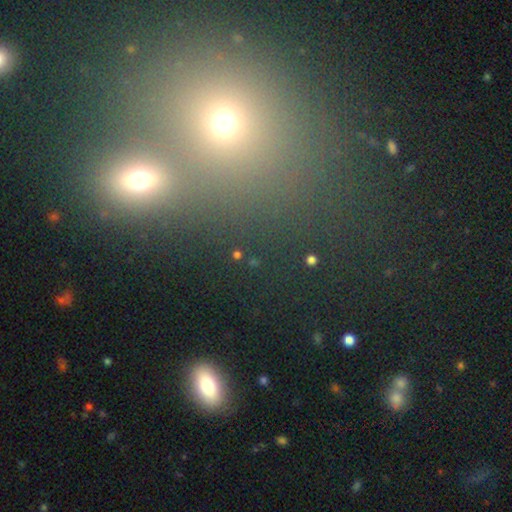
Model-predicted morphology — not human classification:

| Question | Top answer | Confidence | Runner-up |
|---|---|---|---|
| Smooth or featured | smooth | 51% | star or artifact (36%) |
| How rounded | round | 51% | in between (44%) |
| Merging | none | 60% | merger (27%) |